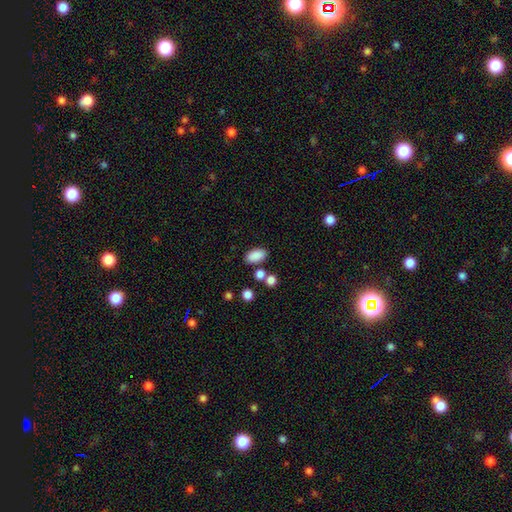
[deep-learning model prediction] Q: Smooth or featured?
A: smooth (87%); runner-up: star or artifact (9%)
Q: How rounded?
A: in between (92%); runner-up: round (6%)
Q: Merging?
A: none (78%); runner-up: minor disturbance (10%)